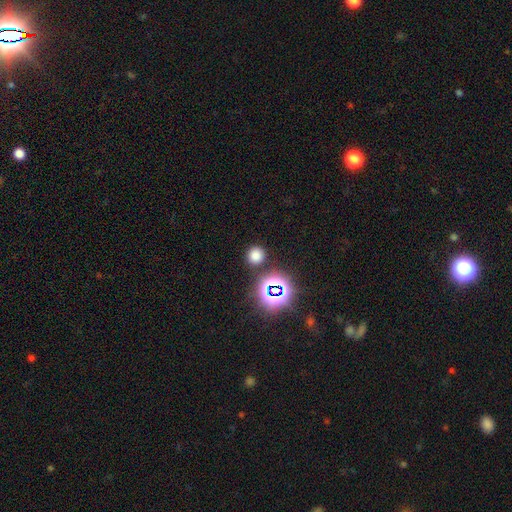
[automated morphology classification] Q: Smooth or featured?
A: smooth (72%); runner-up: star or artifact (23%)
Q: How rounded?
A: round (89%); runner-up: in between (10%)
Q: Merging?
A: none (86%); runner-up: minor disturbance (7%)